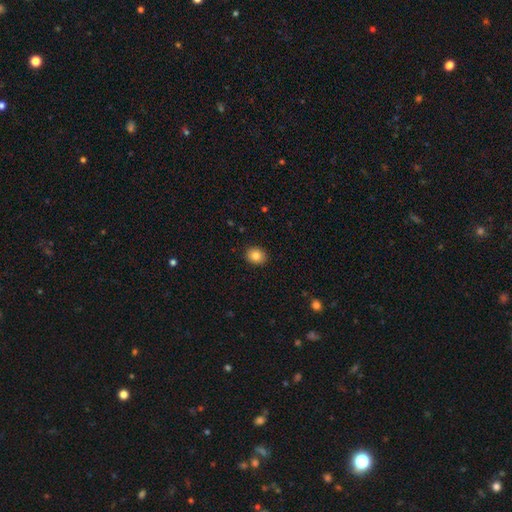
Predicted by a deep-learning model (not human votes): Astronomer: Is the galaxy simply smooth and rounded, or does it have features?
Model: smooth — 84%.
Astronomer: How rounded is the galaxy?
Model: round — 57% (runner-up: in between, 43%).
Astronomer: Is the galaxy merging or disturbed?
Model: none — 90%.